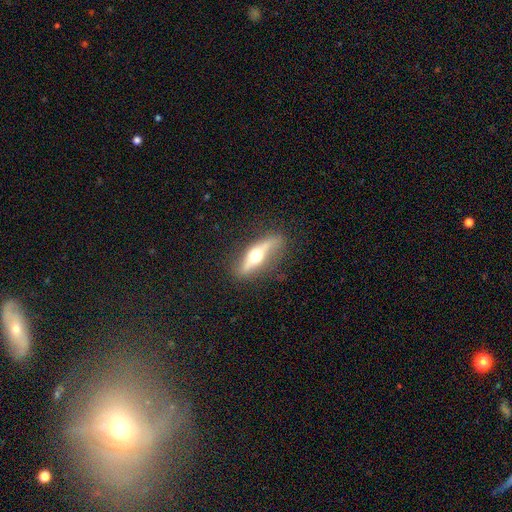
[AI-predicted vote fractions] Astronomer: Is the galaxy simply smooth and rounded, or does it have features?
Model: featured or disk — 66%.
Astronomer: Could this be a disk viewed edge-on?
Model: yes — 79%.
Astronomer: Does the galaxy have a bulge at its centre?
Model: rounded — 95%.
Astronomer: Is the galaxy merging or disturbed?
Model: none — 77%.